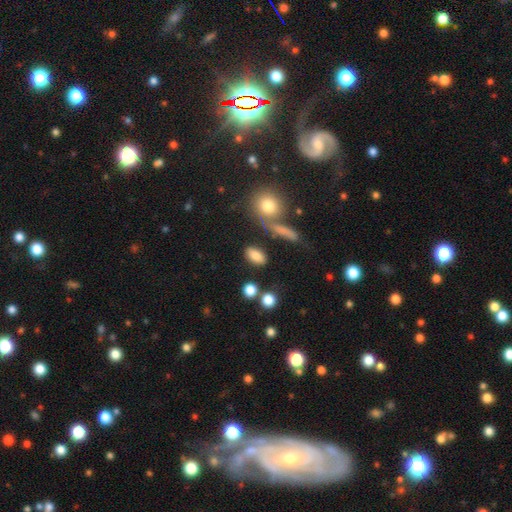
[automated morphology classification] Overall: smooth (83%). How rounded: in between (82%). Merging: none (78%).